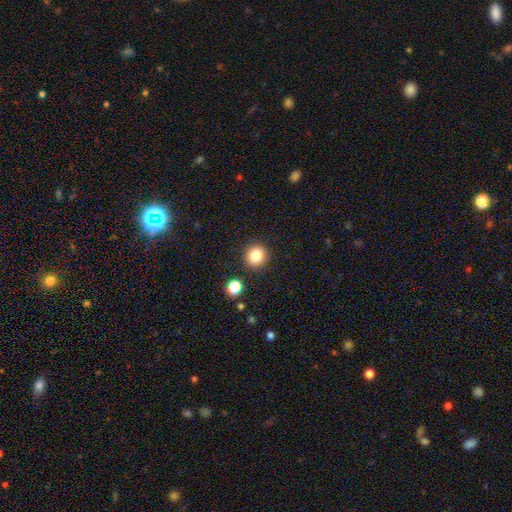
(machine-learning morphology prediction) Q: Smooth or featured?
A: smooth (85%); runner-up: star or artifact (10%)
Q: How rounded?
A: round (88%); runner-up: in between (11%)
Q: Merging?
A: none (87%); runner-up: minor disturbance (7%)